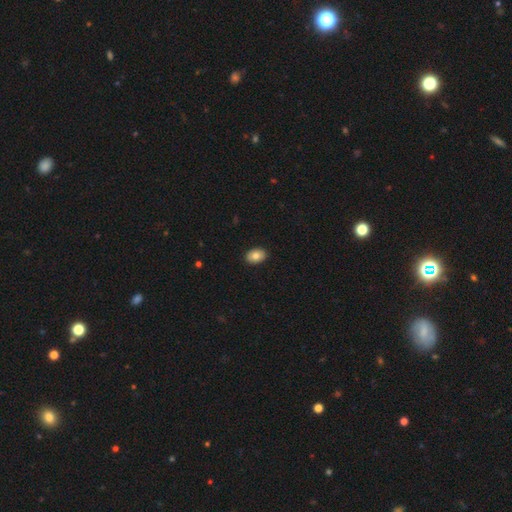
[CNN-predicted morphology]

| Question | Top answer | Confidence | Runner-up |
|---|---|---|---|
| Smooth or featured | smooth | 82% | featured or disk (11%) |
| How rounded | in between | 82% | round (17%) |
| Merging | none | 91% | minor disturbance (7%) |